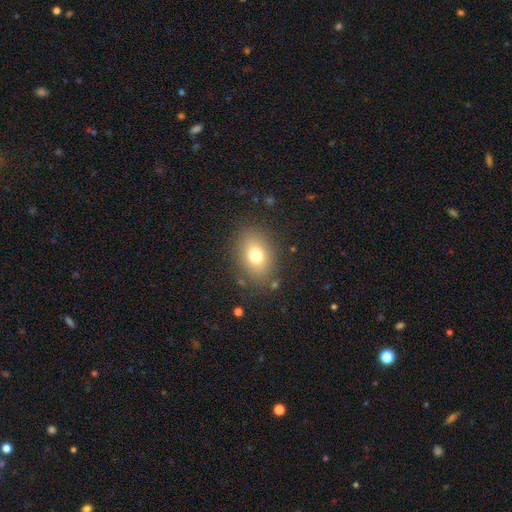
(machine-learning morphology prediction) smooth-or-featured: smooth: 74% | featured or disk: 14% | star or artifact: 12%
  how-rounded: in between: 70% | round: 29% | cigar-shaped: 1%
  merging: none: 83% | minor disturbance: 11% | major disturbance: 5% | merger: 2%